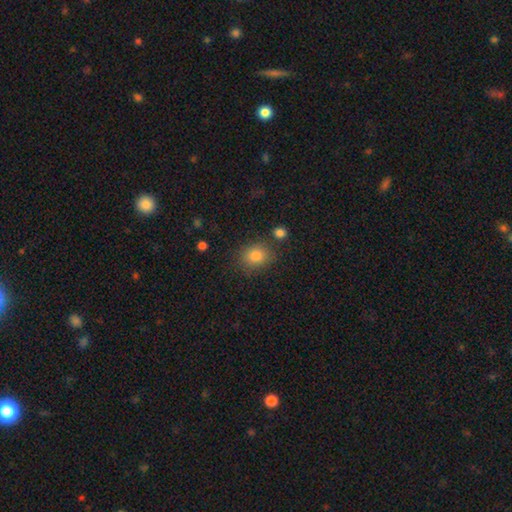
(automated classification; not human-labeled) A smooth galaxy with no disk features (82%) that is round (56%).

Vote fractions:
- Smooth or featured? smooth: 82% / star or artifact: 11% / featured or disk: 6%
- How rounded? round: 56% / in between: 43% / cigar-shaped: 1%
- Merging? none: 79% / minor disturbance: 12% / merger: 5% / major disturbance: 4%